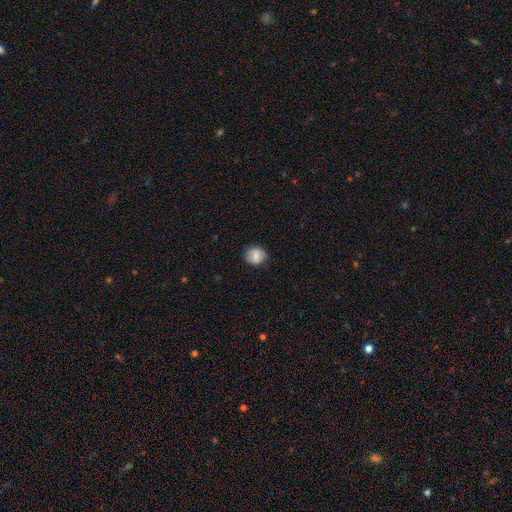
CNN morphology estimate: Smooth or featured?
  - smooth: 80% *
  - featured or disk: 12%
  - star or artifact: 8%
How rounded?
  - round: 83% *
  - in between: 16%
  - cigar-shaped: 1%
Merging?
  - none: 83% *
  - minor disturbance: 13%
  - major disturbance: 3%
  - merger: 1%